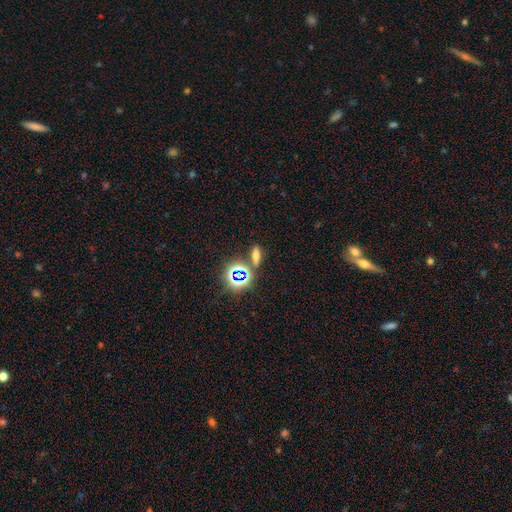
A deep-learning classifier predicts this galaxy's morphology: Q: Smooth or featured?
A: smooth (49%); runner-up: star or artifact (31%)
Q: Merging?
A: none (78%); runner-up: minor disturbance (9%)